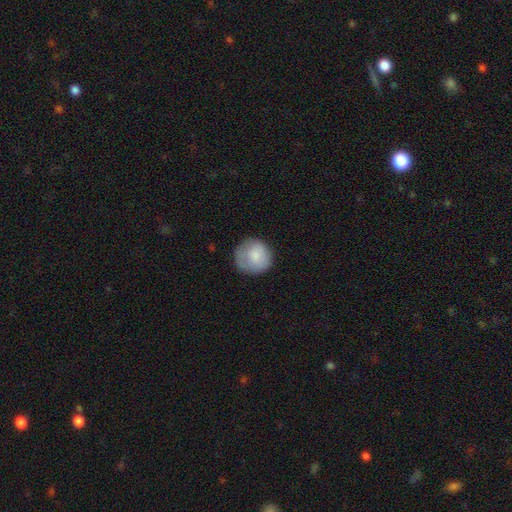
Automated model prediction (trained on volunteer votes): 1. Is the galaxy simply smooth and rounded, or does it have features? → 80% smooth, 14% featured or disk, 7% star or artifact.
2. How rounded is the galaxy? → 91% round, 8% in between, 1% cigar-shaped.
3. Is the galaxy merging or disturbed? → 74% none, 19% minor disturbance, 6% major disturbance, 1% merger.